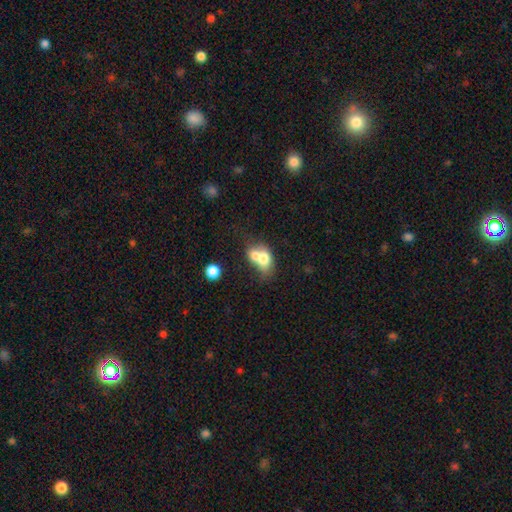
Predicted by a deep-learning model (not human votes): smooth-or-featured: smooth: 67% | featured or disk: 24% | star or artifact: 9%
  how-rounded: in between: 63% | round: 35% | cigar-shaped: 2%
  merging: merger: 70% | none: 18% | minor disturbance: 7% | major disturbance: 5%